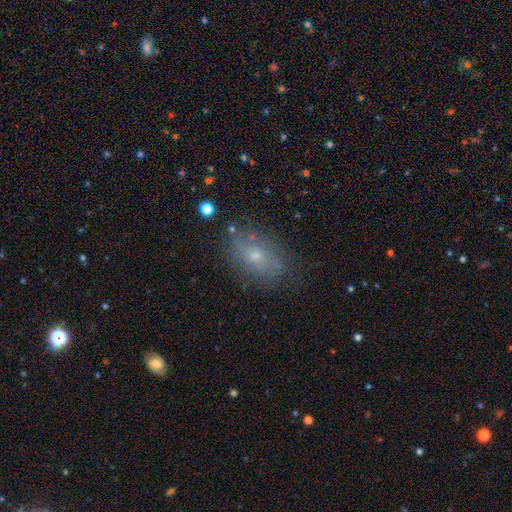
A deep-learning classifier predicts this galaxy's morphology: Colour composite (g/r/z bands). It shows a smooth galaxy with no disk features (55%) that is in between round and cigar-shaped (82%). Merging: none (75%).